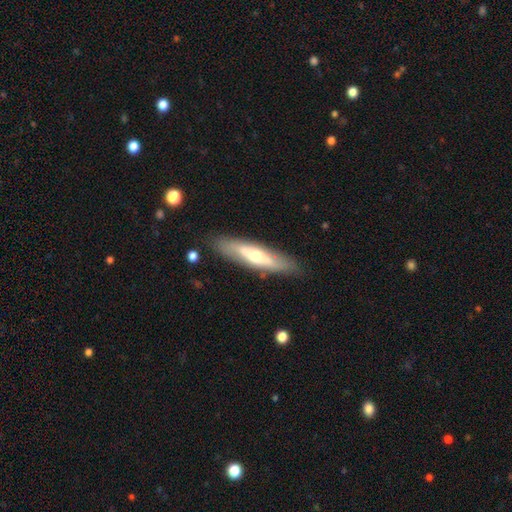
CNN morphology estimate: type=featured or disk (54%); edge-on=yes (61%); merging=none (83%).